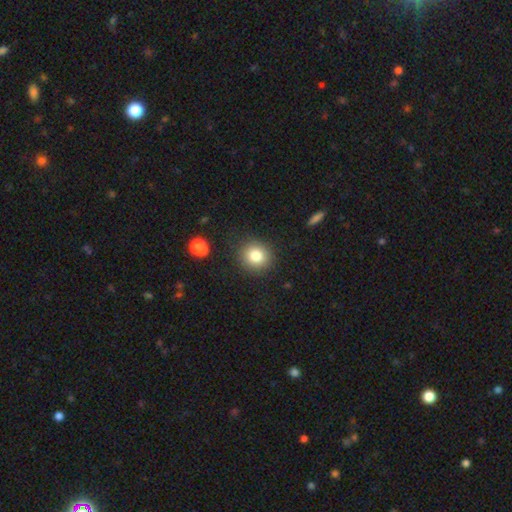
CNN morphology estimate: This is clearly a smooth galaxy (82%). How rounded: clearly round (88%). Merging: clearly none (88%).